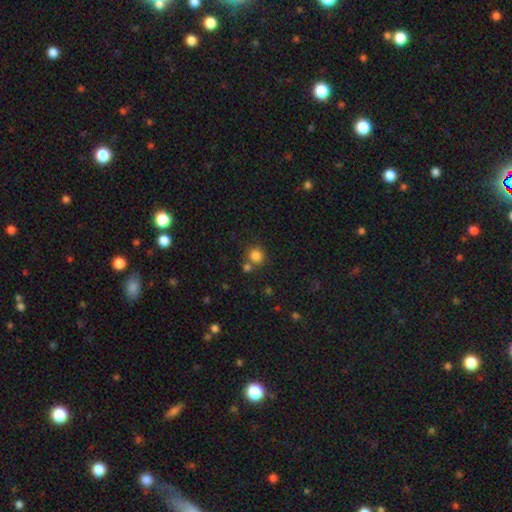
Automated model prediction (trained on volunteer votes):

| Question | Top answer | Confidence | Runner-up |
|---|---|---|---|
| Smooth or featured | smooth | 83% | star or artifact (12%) |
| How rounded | round | 88% | in between (11%) |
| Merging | none | 68% | merger (20%) |